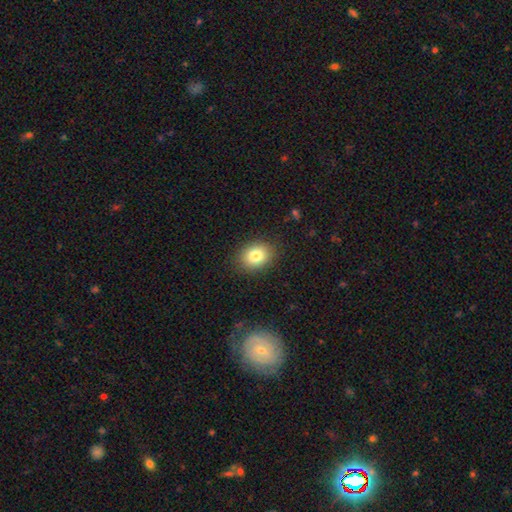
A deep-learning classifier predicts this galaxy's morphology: Smooth or featured: smooth — 82% (star or artifact — 10%)
How rounded: in between — 52% (round — 47%)
Merging: none — 88% (minor disturbance — 9%)